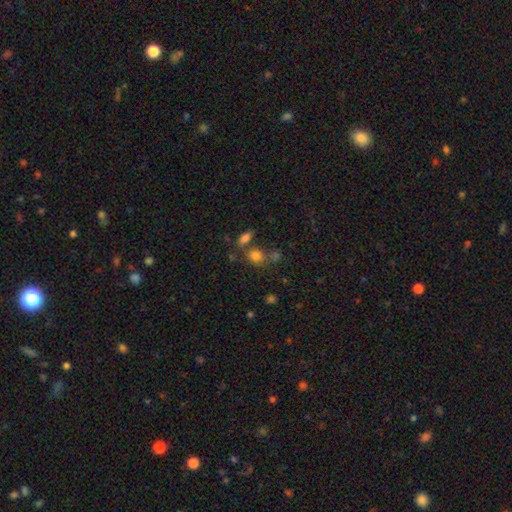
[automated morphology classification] smooth 76%, star or artifact 16%, featured or disk 8%. Down the decision tree: how rounded — round (60%); merging — none (57%).